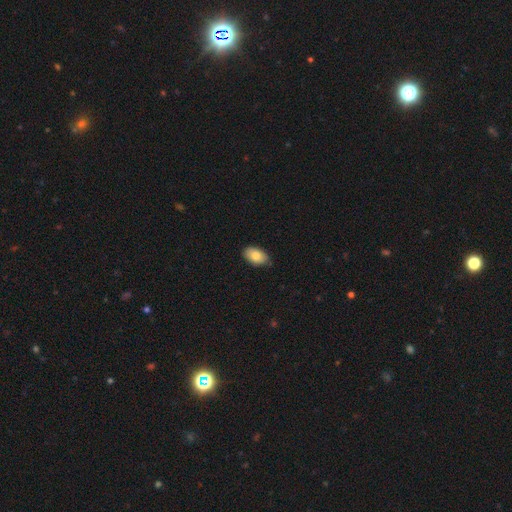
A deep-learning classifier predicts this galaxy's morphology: This is clearly a smooth galaxy (82%). How rounded: clearly in between (92%). Merging: likely none (80%).